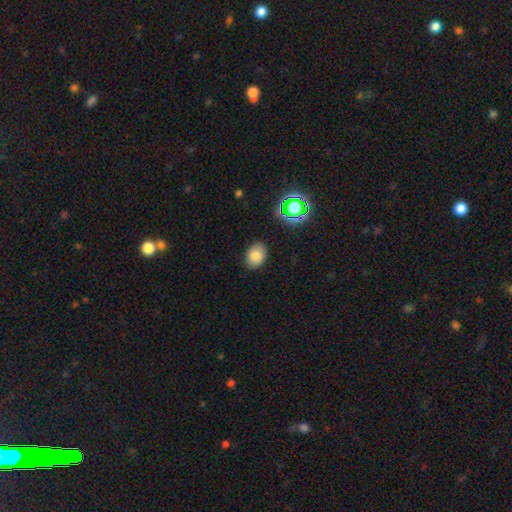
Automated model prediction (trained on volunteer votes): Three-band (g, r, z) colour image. It shows a smooth galaxy with no disk features (81%) that is in between round and cigar-shaped (72%). Merging: none (85%).